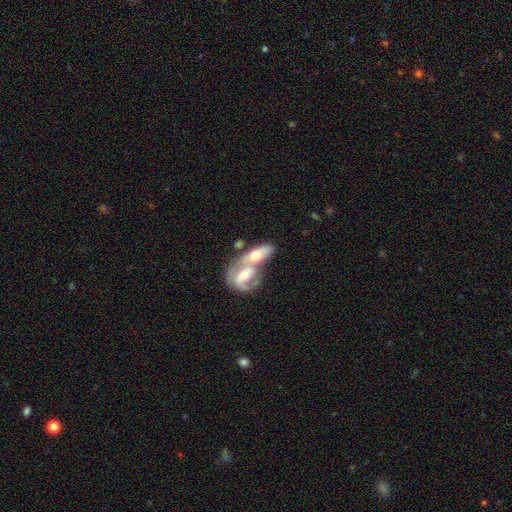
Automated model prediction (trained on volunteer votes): A featured or disk galaxy (54%).

Vote fractions:
- Smooth or featured? featured or disk: 54% / smooth: 40% / star or artifact: 6%
- Edge-on disk? no: 90% / yes: 10%
- Merging? merger: 74% / none: 14% / minor disturbance: 7% / major disturbance: 5%